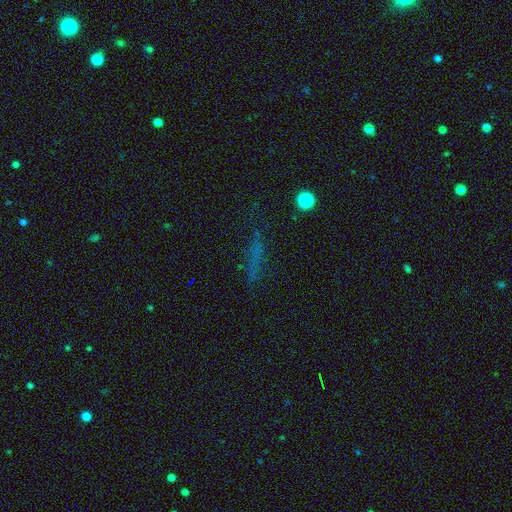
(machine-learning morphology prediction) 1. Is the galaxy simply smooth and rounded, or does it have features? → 47% smooth, 28% star or artifact, 25% featured or disk.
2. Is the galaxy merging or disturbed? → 71% none, 17% minor disturbance, 9% major disturbance, 3% merger.